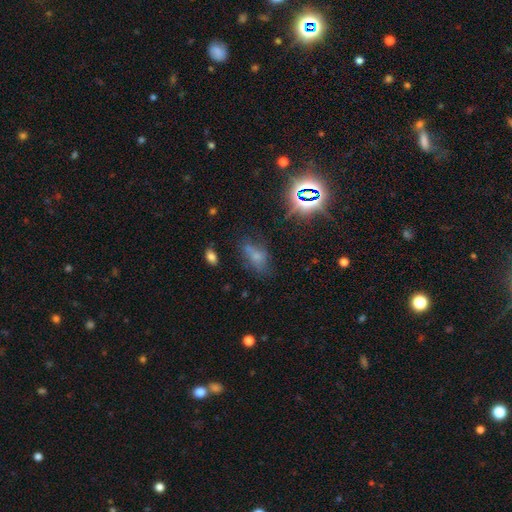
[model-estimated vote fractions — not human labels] Smooth or featured? smooth (51%)
How rounded? in between (82%)
Merging? none (51%)